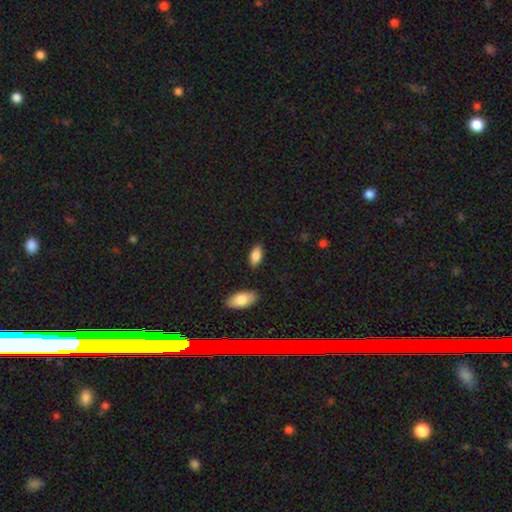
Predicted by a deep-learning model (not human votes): smooth_or_featured: smooth (p=0.86) [alt: featured or disk p=0.08]
how_rounded: in between (p=0.90) [alt: cigar-shaped p=0.07]
merging: none (p=0.85) [alt: minor disturbance p=0.10]